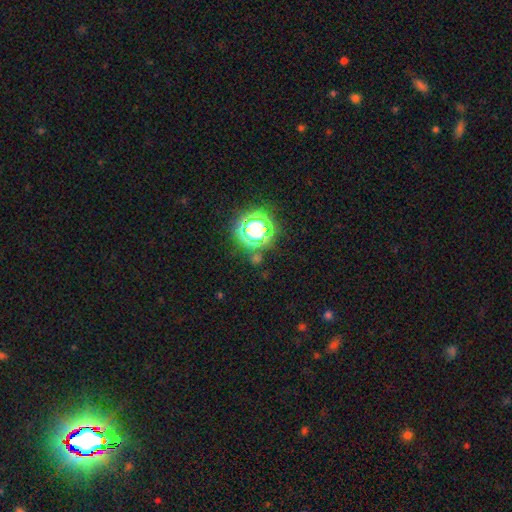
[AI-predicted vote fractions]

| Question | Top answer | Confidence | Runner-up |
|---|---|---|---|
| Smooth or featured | star or artifact | 55% | smooth (36%) |